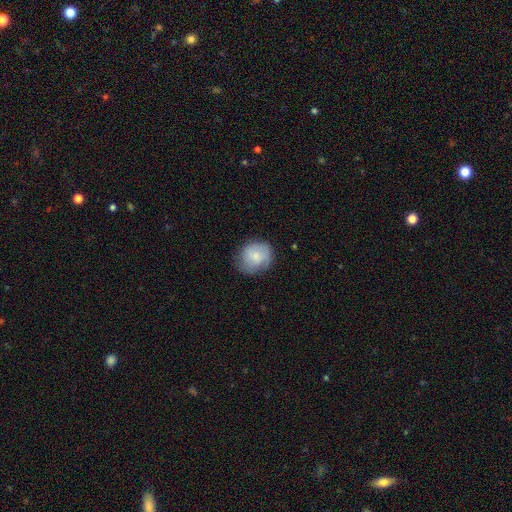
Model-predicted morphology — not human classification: smooth-or-featured: smooth: 68% | featured or disk: 25% | star or artifact: 7%
  how-rounded: round: 74% | in between: 25% | cigar-shaped: 1%
  merging: none: 68% | minor disturbance: 23% | major disturbance: 7% | merger: 1%